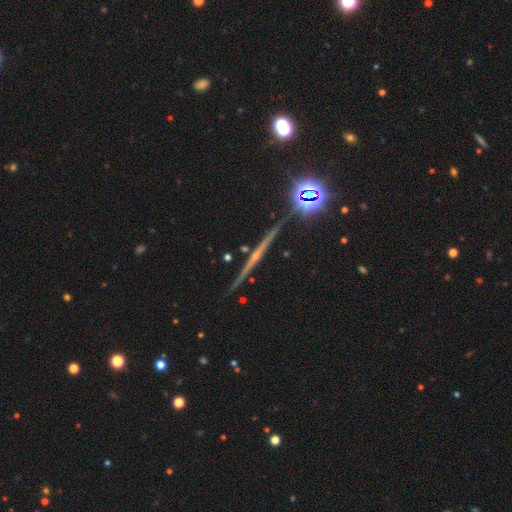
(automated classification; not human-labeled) This appears to be a featured or disk galaxy (66%) viewed edge-on (97%) with a rounded central bulge (56%). Merging: none (90%).